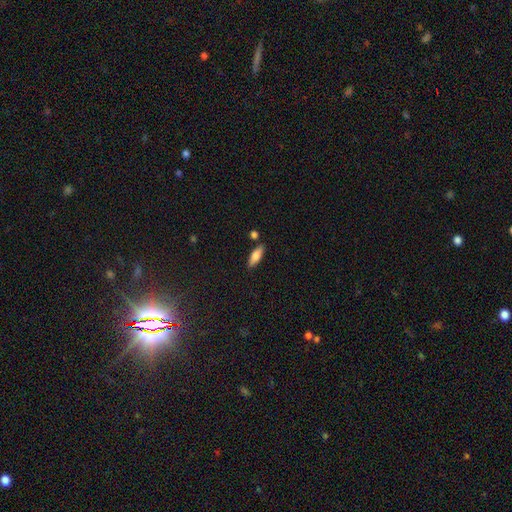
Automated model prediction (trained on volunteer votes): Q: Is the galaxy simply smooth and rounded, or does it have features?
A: smooth — 72%.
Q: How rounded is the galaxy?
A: in between — 60%.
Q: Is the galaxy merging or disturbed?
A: none — 82%.